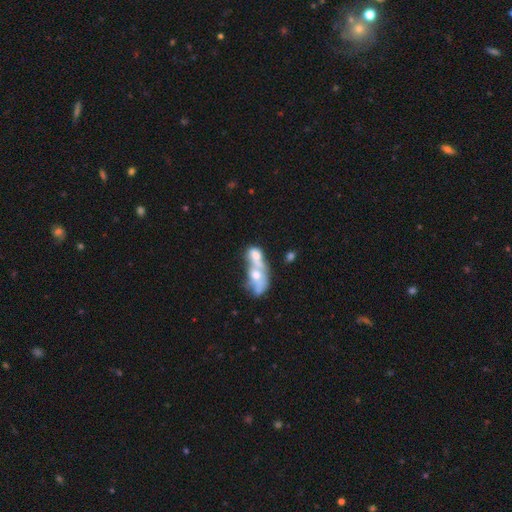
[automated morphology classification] Smooth or featured? smooth (48%)
Merging? merger (75%)